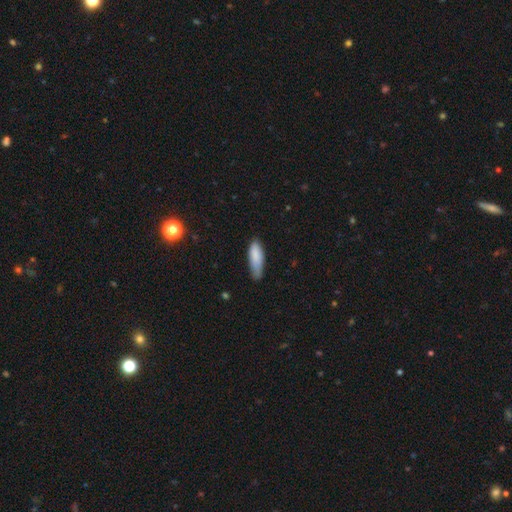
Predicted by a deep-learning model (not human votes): This is clearly a smooth galaxy (86%). How rounded: possibly in between (54%). Merging: possibly none (59%).